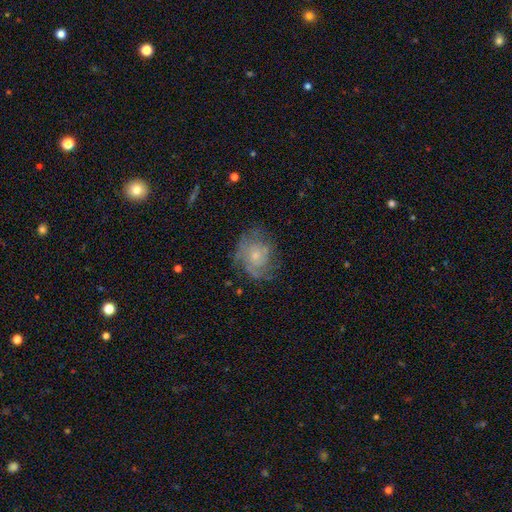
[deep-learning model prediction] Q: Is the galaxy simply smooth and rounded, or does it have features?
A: featured or disk — 67%.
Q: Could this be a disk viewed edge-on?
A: no — 97%.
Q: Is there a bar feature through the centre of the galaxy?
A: no — 81%.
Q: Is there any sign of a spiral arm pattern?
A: yes — 83%.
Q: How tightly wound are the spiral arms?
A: tight — 49%.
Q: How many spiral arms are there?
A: can't tell — 43%.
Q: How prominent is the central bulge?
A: small — 66%.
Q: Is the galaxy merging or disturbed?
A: none — 61%.